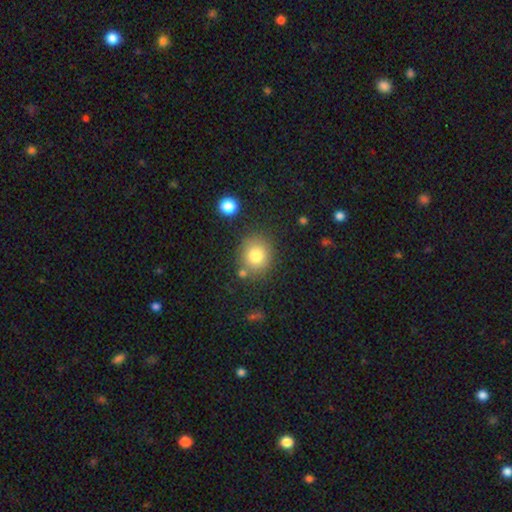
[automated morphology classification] Smooth or featured? smooth (80%)
How rounded? round (79%)
Merging? none (76%)